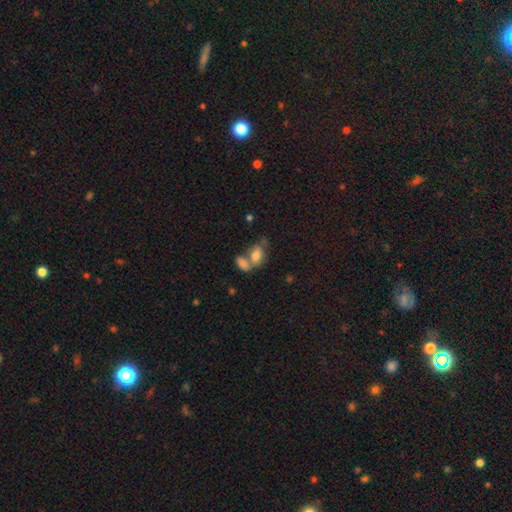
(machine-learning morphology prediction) Q: Smooth or featured?
A: smooth (76%); runner-up: featured or disk (16%)
Q: How rounded?
A: in between (84%); runner-up: round (13%)
Q: Merging?
A: merger (51%); runner-up: none (30%)